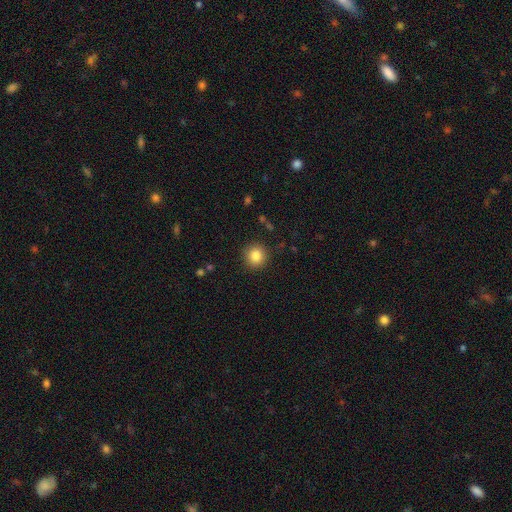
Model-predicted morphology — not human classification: Smooth or featured? smooth (85%)
How rounded? round (93%)
Merging? none (90%)